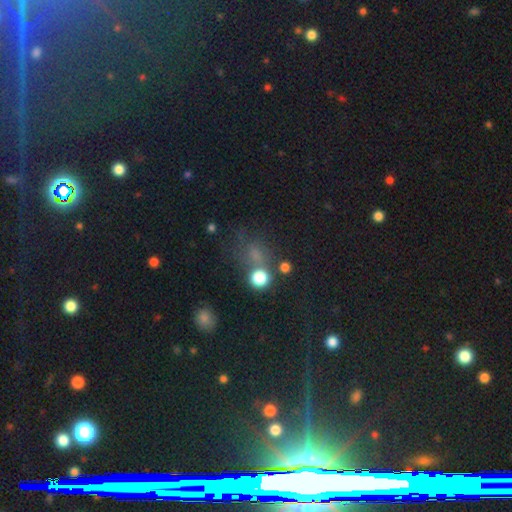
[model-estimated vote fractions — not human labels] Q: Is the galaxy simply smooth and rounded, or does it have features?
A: smooth — 51%.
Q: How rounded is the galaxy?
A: round — 72%.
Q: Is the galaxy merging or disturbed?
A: none — 55%.